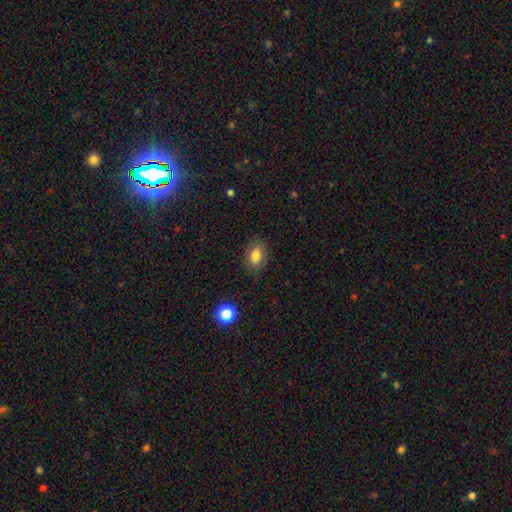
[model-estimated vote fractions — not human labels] smooth_or_featured: smooth (p=0.78) [alt: featured or disk p=0.12]
how_rounded: in between (p=0.84) [alt: round p=0.15]
merging: none (p=0.82) [alt: minor disturbance p=0.13]